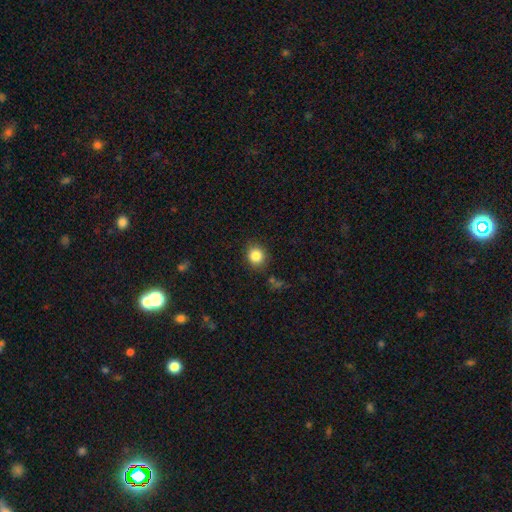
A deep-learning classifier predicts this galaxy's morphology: smooth 85%, star or artifact 10%, featured or disk 5%. Down the decision tree: how rounded — round (80%); merging — none (86%).